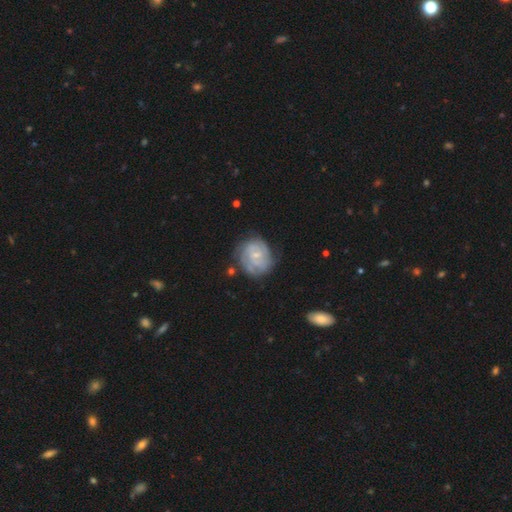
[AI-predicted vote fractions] Smooth or featured? featured or disk (70%)
Edge-on disk? no (98%)
Bar? no (55%)
Spiral arms? yes (83%)
Spiral winding? tight (64%)
Spiral arm count? can't tell (45%)
Bulge size? small (66%)
Merging? none (64%)